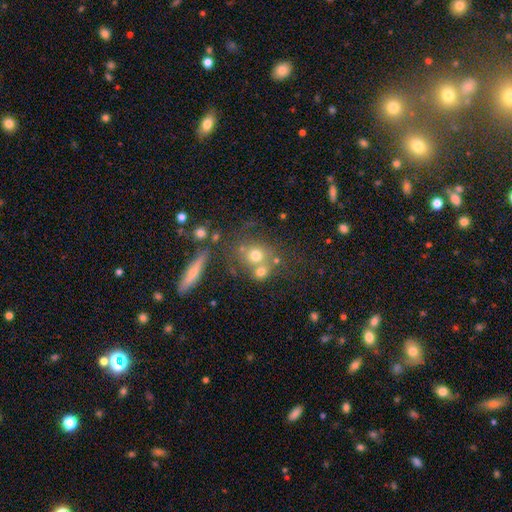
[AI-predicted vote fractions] smooth 64%, featured or disk 21%, star or artifact 15%. Down the decision tree: how rounded — round (80%); merging — none (50%).